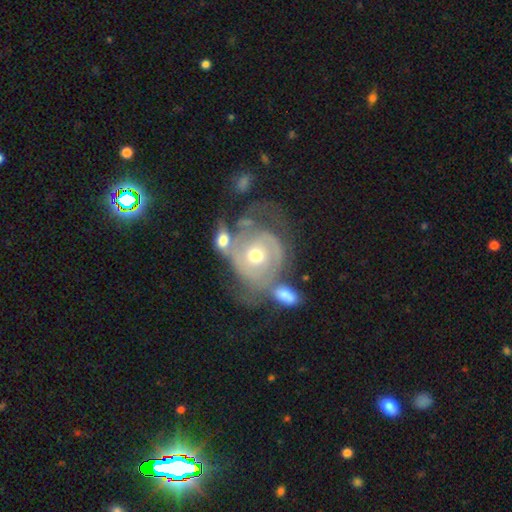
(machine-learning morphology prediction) Smooth or featured?
  - featured or disk: 78% *
  - smooth: 16%
  - star or artifact: 6%
Edge-on disk?
  - no: 97% *
  - yes: 3%
Bar?
  - no: 77% *
  - weak: 18%
  - strong: 5%
Spiral arms?
  - yes: 80% *
  - no: 20%
Spiral winding?
  - tight: 61% *
  - medium: 28%
  - loose: 12%
Spiral arm count?
  - 2: 38% * (tied)
  - can't tell: 38% * (tied)
  - 3: 10%
  - 1: 8%
  - 4: 3%
  - more than 4: 3%
Bulge size?
  - moderate: 66% *
  - small: 28%
  - large: 4%
  - none: 1%
  - dominant: 1%
Merging?
  - none: 33% *
  - merger: 27%
  - major disturbance: 22%
  - minor disturbance: 18%